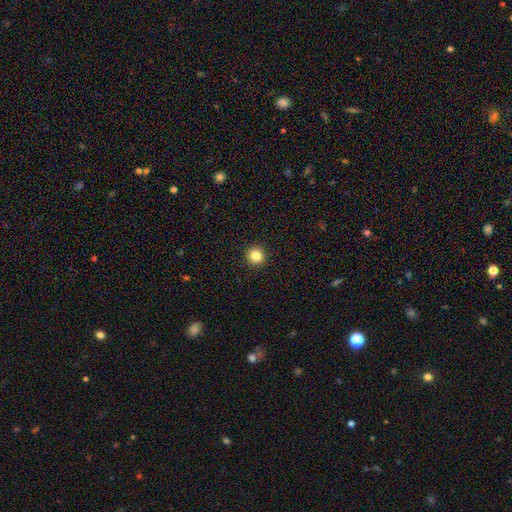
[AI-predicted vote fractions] This appears to be a smooth galaxy with no disk features (84%) that is round (95%). Merging: none (94%).